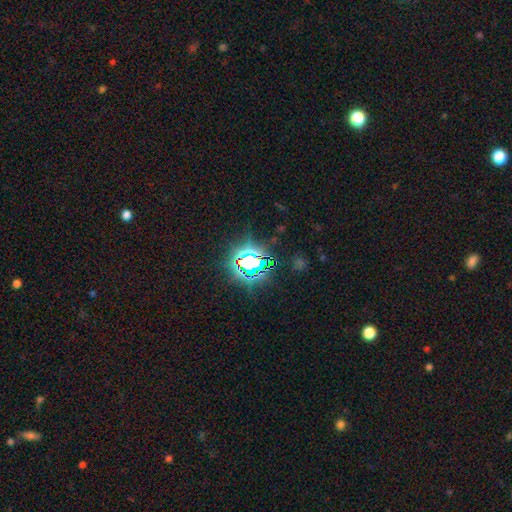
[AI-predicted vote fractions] star or artifact 76%, smooth 15%, featured or disk 10%.